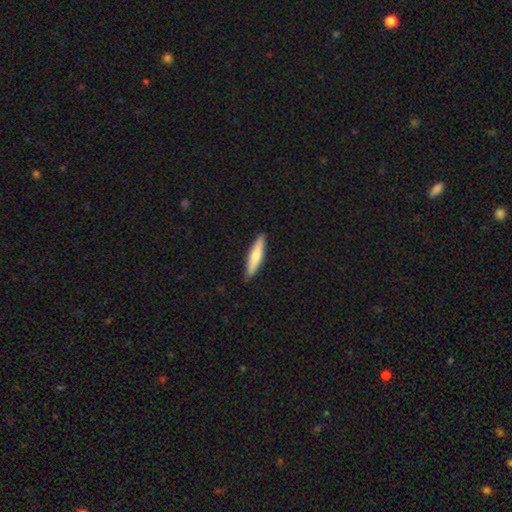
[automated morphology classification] type=smooth (70%); roundness=cigar-shaped (84%); merging=none (90%).